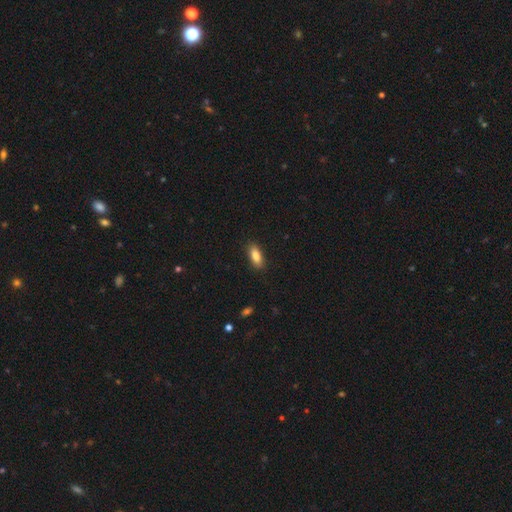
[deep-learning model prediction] smooth 86%, featured or disk 7%, star or artifact 7%. Down the decision tree: how rounded — in between (80%); merging — none (87%).